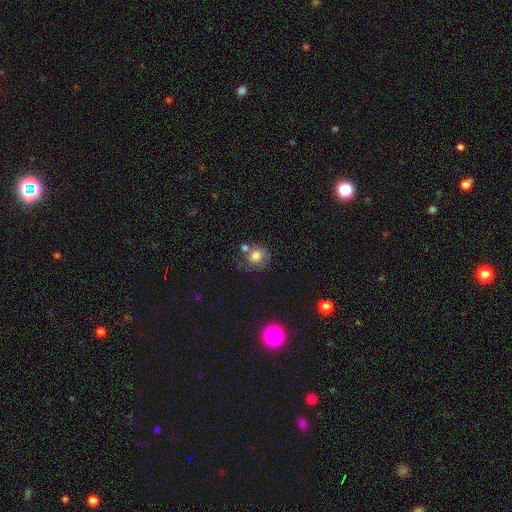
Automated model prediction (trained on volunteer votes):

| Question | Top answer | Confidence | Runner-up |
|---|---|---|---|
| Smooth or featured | smooth | 75% | featured or disk (15%) |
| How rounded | round | 83% | in between (16%) |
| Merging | none | 48% | minor disturbance (21%) |